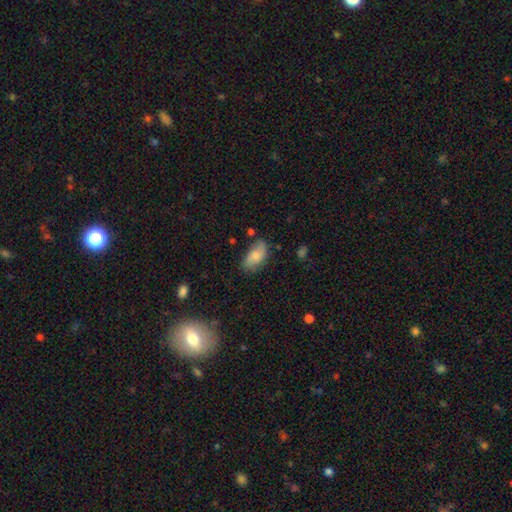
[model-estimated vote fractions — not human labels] The model was most divided on "merging": none: 63%, minor disturbance: 26%, major disturbance: 7%, merger: 3%. More confident: how rounded — in between (93%); smooth or featured — smooth (74%).